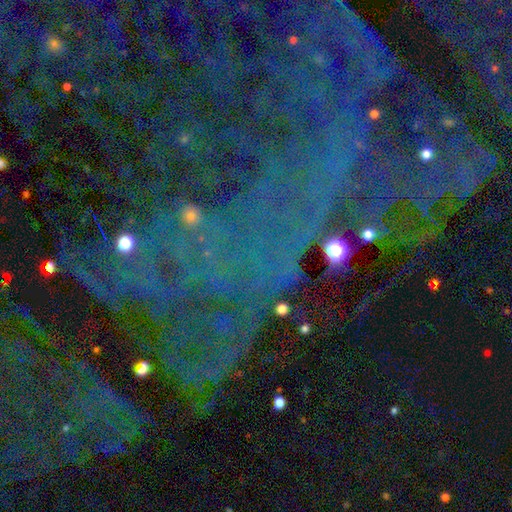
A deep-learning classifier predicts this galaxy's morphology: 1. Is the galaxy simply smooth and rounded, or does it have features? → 82% star or artifact, 10% featured or disk, 8% smooth.